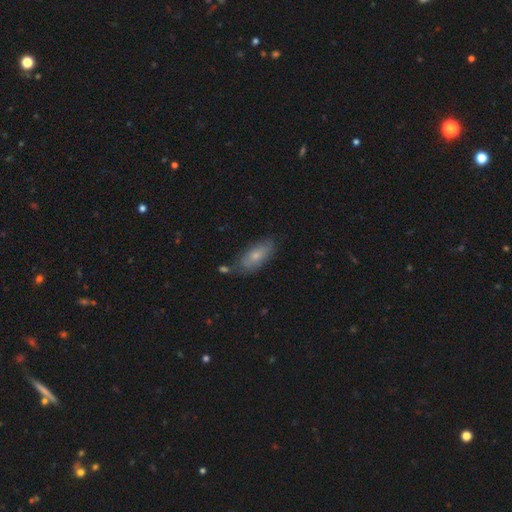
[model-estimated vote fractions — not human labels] smooth-or-featured: smooth: 68% | featured or disk: 25% | star or artifact: 7%
  how-rounded: in between: 82% | cigar-shaped: 15% | round: 3%
  merging: none: 66% | minor disturbance: 23% | merger: 6% | major disturbance: 6%